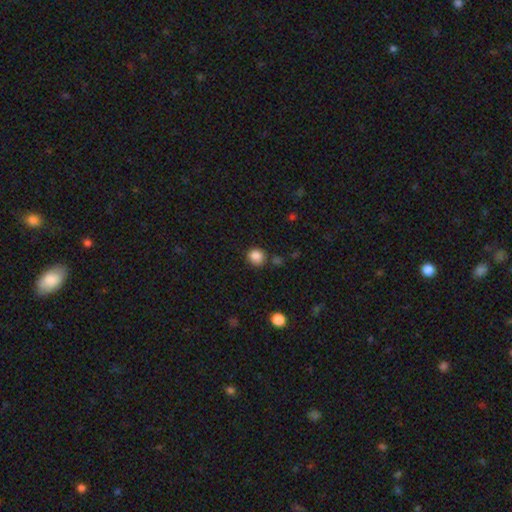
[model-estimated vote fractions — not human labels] smooth-or-featured: smooth: 86% | star or artifact: 10% | featured or disk: 4%
  how-rounded: round: 83% | in between: 16% | cigar-shaped: 1%
  merging: none: 77% | minor disturbance: 14% | merger: 5% | major disturbance: 4%